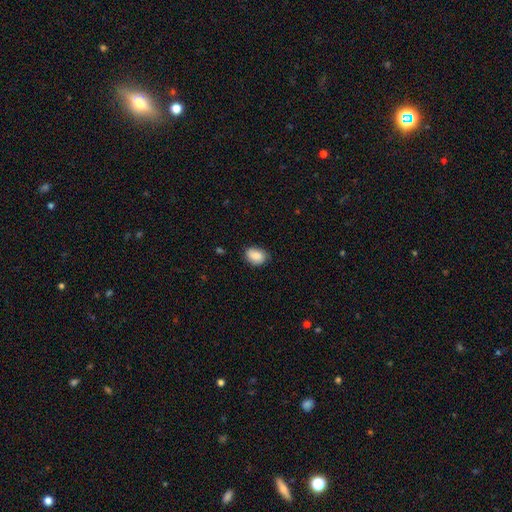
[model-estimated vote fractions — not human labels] Smooth or featured: smooth — 83% (featured or disk — 10%)
How rounded: in between — 76% (round — 22%)
Merging: none — 77% (minor disturbance — 18%)